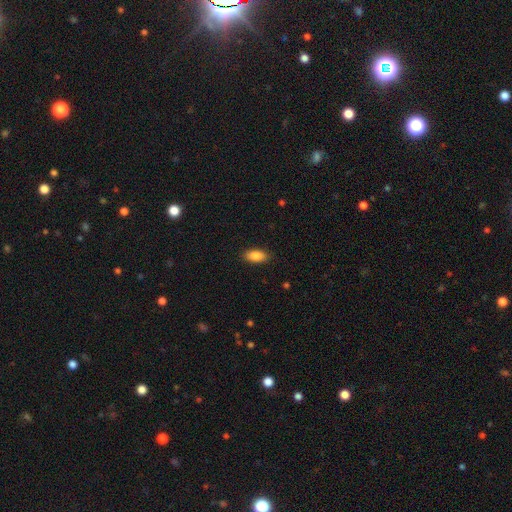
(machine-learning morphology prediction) A smooth galaxy with no disk features (86%) that is in between round and cigar-shaped (89%).

Vote fractions:
- Smooth or featured? smooth: 86% / star or artifact: 7% / featured or disk: 7%
- How rounded? in between: 89% / cigar-shaped: 8% / round: 3%
- Merging? none: 88% / minor disturbance: 8% / major disturbance: 2% / merger: 1%